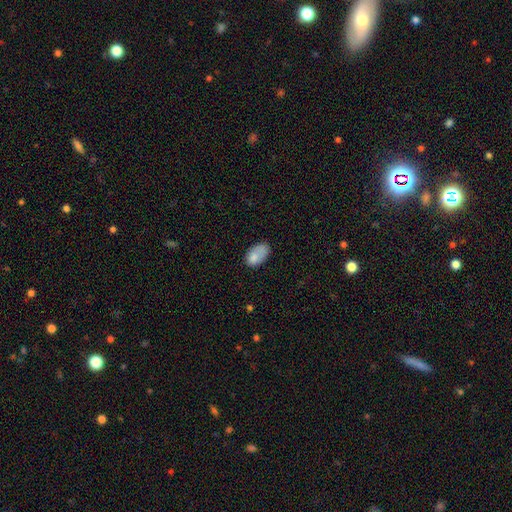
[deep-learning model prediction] A smooth galaxy with no disk features (79%) that is in between round and cigar-shaped (91%). Merging: none (48%).